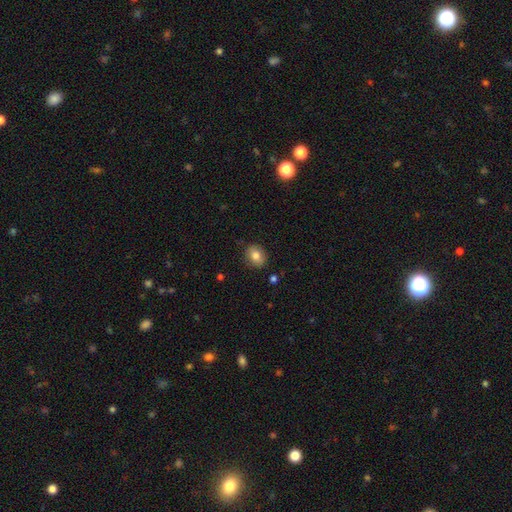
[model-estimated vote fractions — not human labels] This appears to be a smooth galaxy with no disk features (82%) that is in between round and cigar-shaped (51%). Merging: none (85%).